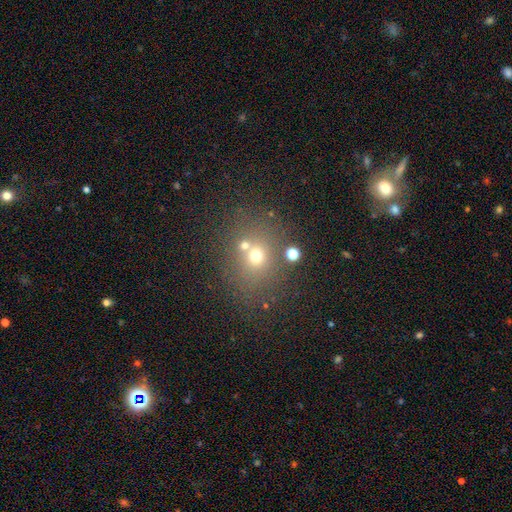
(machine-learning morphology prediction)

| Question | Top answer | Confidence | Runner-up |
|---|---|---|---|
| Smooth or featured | smooth | 62% | star or artifact (23%) |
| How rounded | round | 70% | in between (29%) |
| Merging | none | 63% | merger (21%) |